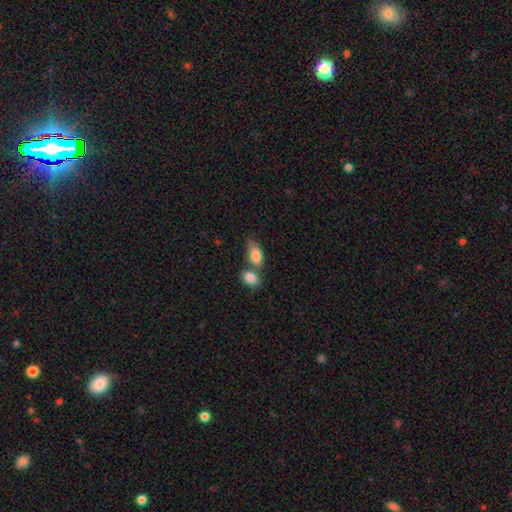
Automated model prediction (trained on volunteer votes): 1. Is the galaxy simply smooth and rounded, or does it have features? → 83% smooth, 10% featured or disk, 7% star or artifact.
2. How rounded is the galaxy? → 87% in between, 9% round, 5% cigar-shaped.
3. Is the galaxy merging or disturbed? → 46% merger, 36% none, 13% minor disturbance, 5% major disturbance.